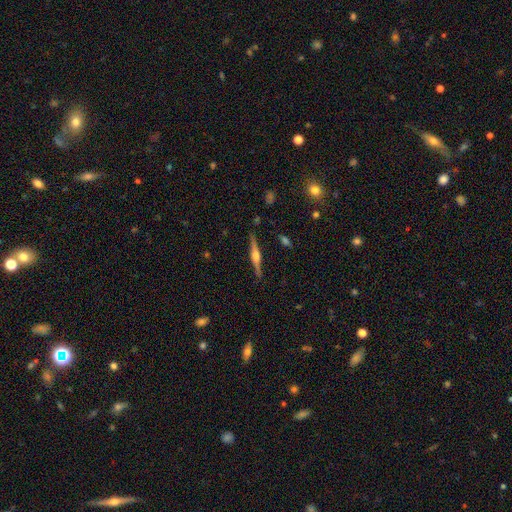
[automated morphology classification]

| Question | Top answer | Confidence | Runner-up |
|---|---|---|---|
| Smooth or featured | featured or disk | 76% | smooth (17%) |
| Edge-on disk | yes | 98% | no (2%) |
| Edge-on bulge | rounded | 87% | boxy (10%) |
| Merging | none | 88% | minor disturbance (8%) |